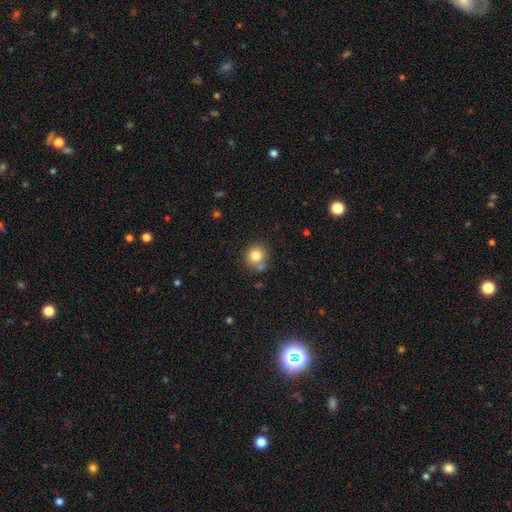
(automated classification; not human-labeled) A smooth galaxy with no disk features (81%) that is round (89%).

Vote fractions:
- Smooth or featured? smooth: 81% / star or artifact: 11% / featured or disk: 8%
- How rounded? round: 89% / in between: 10% / cigar-shaped: 1%
- Merging? none: 69% / merger: 15% / minor disturbance: 12% / major disturbance: 4%